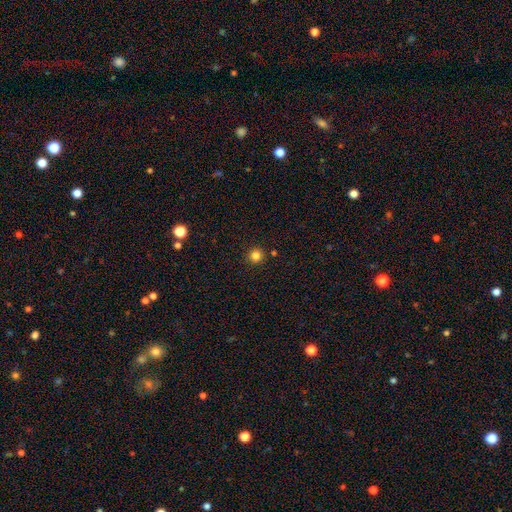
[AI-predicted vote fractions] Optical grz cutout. It shows a smooth galaxy with no disk features (83%) that is round (95%). Merging: none (90%).